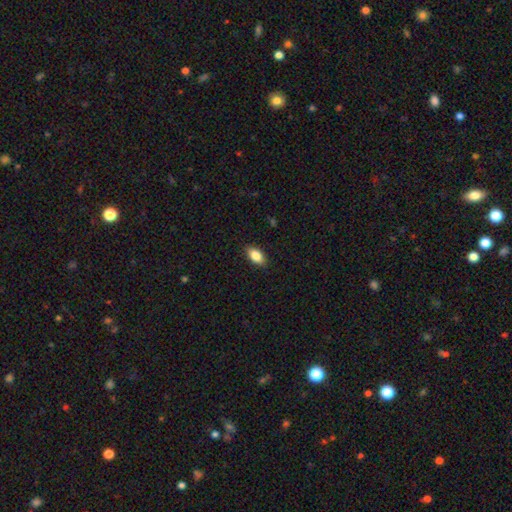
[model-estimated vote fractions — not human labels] smooth_or_featured: smooth (p=0.85) [alt: featured or disk p=0.08]
how_rounded: in between (p=0.90) [alt: round p=0.05]
merging: none (p=0.88) [alt: minor disturbance p=0.09]